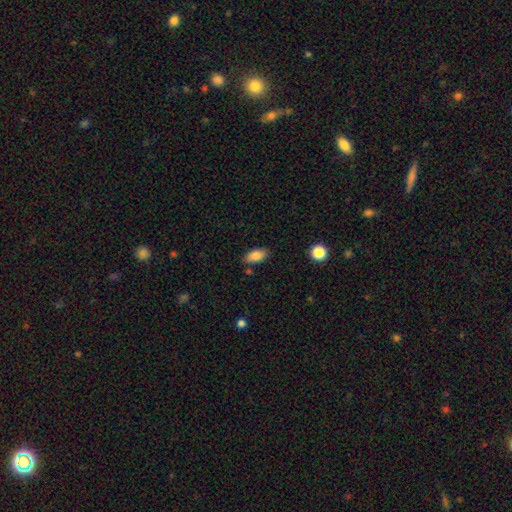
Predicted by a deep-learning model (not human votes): A smooth galaxy with no disk features (84%) that is in between round and cigar-shaped (91%).

Vote fractions:
- Smooth or featured? smooth: 84% / featured or disk: 8% / star or artifact: 8%
- How rounded? in between: 91% / cigar-shaped: 5% / round: 4%
- Merging? none: 82% / minor disturbance: 12% / merger: 3% / major disturbance: 2%